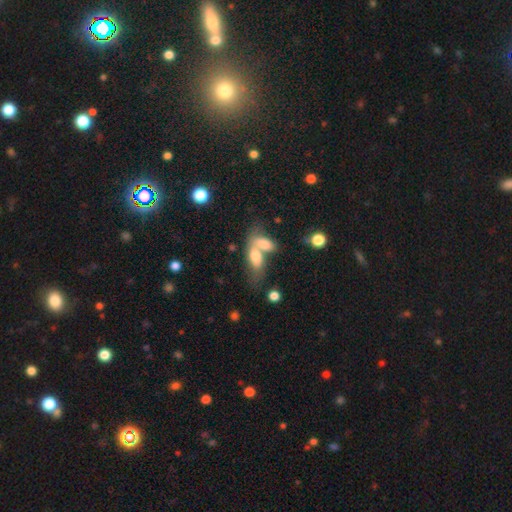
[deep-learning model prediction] This appears to be a smooth galaxy with no disk features (71%) that is in between round and cigar-shaped (81%). Merging: merger (66%).